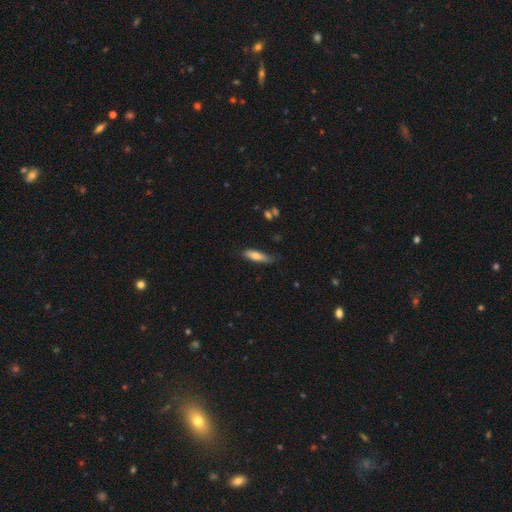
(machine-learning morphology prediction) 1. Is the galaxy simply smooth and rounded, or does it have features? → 74% smooth, 20% featured or disk, 6% star or artifact.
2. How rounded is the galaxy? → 60% cigar-shaped, 38% in between, 2% round.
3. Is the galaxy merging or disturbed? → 67% none, 27% minor disturbance, 5% major disturbance, 2% merger.